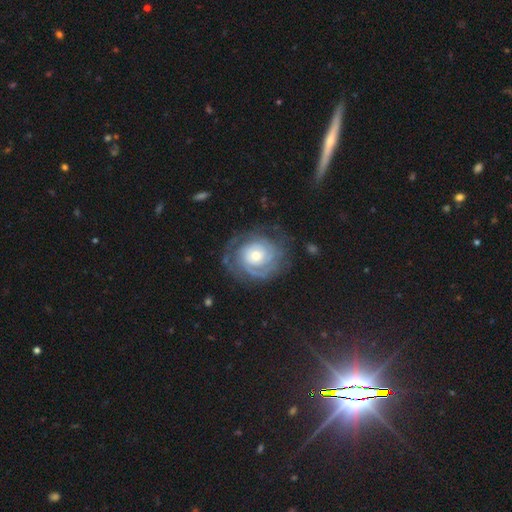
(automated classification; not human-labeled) Smooth or featured: featured or disk — 81% (smooth — 13%)
Edge-on disk: no — 97% (yes — 3%)
Bar: no — 75% (weak — 20%)
Spiral arms: yes — 92% (no — 8%)
Spiral winding: tight — 75% (medium — 19%)
Spiral arm count: can't tell — 37% (2 — 30%)
Bulge size: moderate — 50% (small — 42%)
Merging: none — 71% (minor disturbance — 17%)